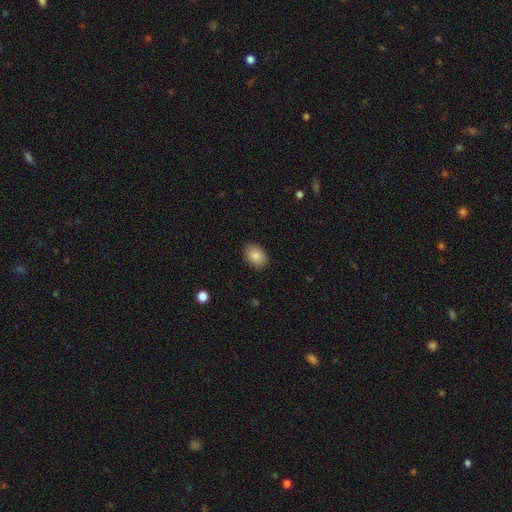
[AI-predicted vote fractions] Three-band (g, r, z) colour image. It shows a smooth galaxy with no disk features (87%) that is in between round and cigar-shaped (84%). Merging: none (86%).